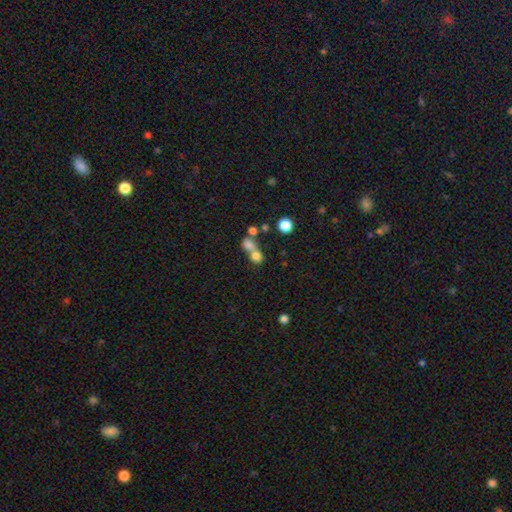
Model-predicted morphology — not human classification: A smooth galaxy with no disk features (73%) that is round (72%).

Vote fractions:
- Smooth or featured? smooth: 73% / star or artifact: 15% / featured or disk: 13%
- How rounded? round: 72% / in between: 26% / cigar-shaped: 2%
- Merging? merger: 62% / none: 29% / minor disturbance: 6% / major disturbance: 4%